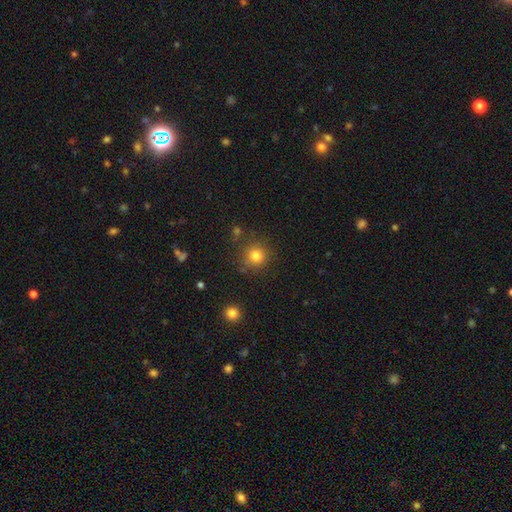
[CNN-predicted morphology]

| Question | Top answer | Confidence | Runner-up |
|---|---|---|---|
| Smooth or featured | smooth | 81% | star or artifact (13%) |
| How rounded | round | 93% | in between (7%) |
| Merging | none | 83% | minor disturbance (9%) |